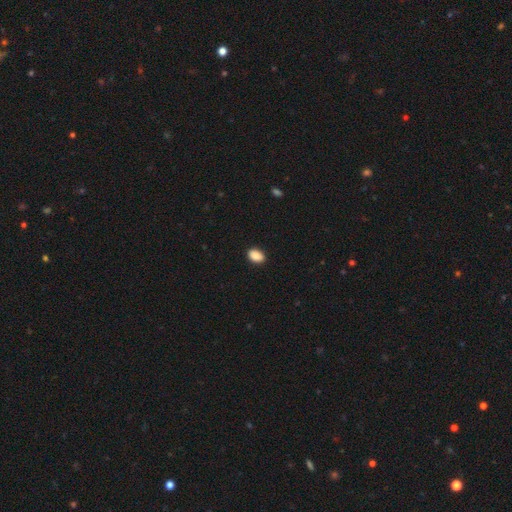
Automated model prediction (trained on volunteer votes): Smooth or featured? Predicted: smooth (p=0.89). How rounded? Predicted: in between (p=0.85). Merging? Predicted: none (p=0.88).